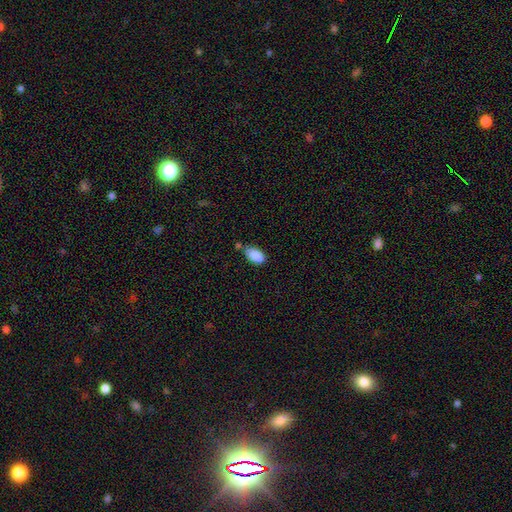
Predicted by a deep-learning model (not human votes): smooth 89%, star or artifact 7%, featured or disk 4%. Down the decision tree: how rounded — in between (94%); merging — none (59%).